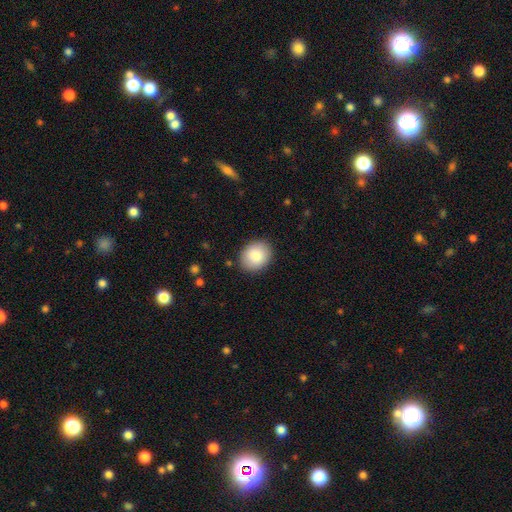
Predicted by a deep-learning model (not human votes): A smooth galaxy with no disk features (87%) that is round (55%). Merging: none (88%).